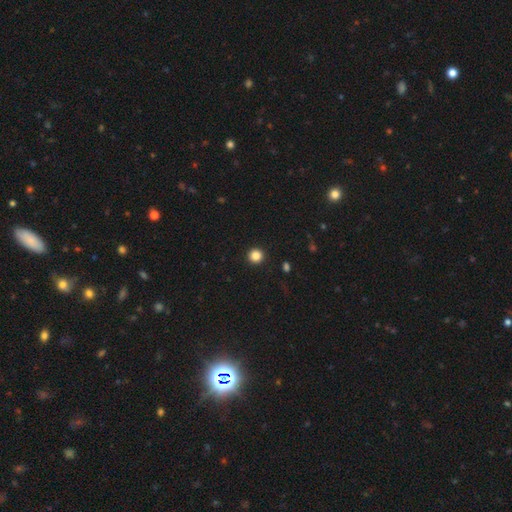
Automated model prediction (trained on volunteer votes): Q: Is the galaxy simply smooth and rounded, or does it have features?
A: smooth — 85%.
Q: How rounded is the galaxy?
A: round — 95%.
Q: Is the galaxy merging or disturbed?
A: none — 94%.